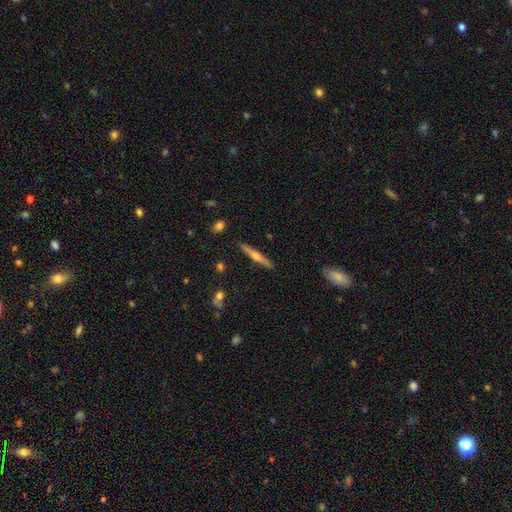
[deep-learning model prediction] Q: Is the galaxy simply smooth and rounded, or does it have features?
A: featured or disk — 64%.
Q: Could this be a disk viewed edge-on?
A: yes — 97%.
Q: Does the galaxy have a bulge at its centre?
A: rounded — 87%.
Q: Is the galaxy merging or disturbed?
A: none — 90%.